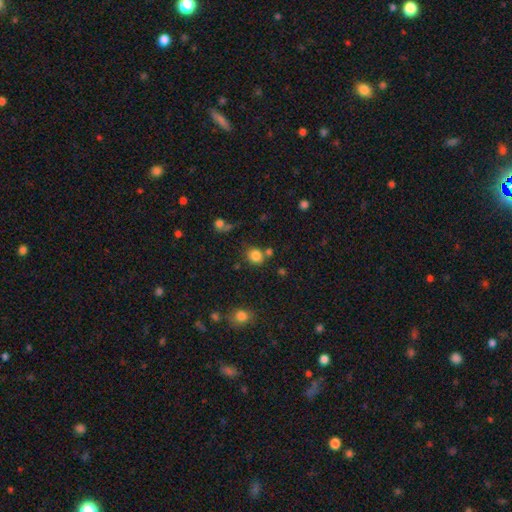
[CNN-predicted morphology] Smooth or featured?
  - smooth: 82% *
  - star or artifact: 12%
  - featured or disk: 6%
How rounded?
  - round: 76% *
  - in between: 23%
  - cigar-shaped: 1%
Merging?
  - none: 73% *
  - merger: 12%
  - minor disturbance: 11%
  - major disturbance: 4%